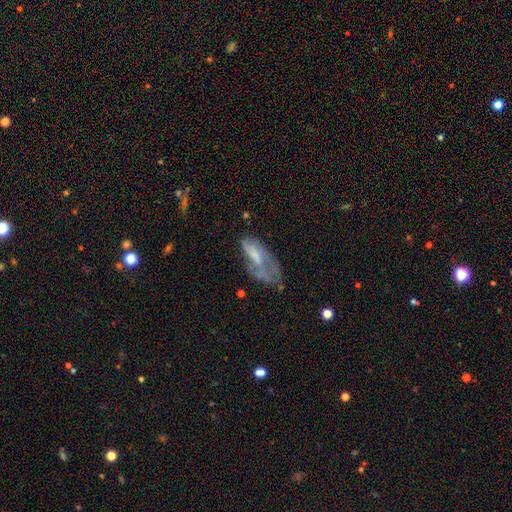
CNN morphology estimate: smooth_or_featured: smooth (p=0.47) [alt: featured or disk p=0.44]
merging: major disturbance (p=0.36) [alt: none p=0.30]